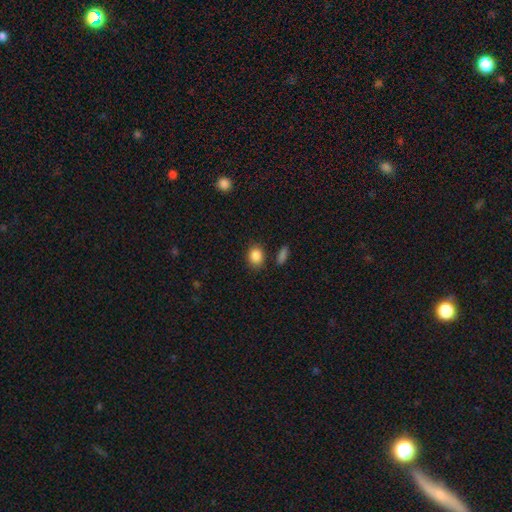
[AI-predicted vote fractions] A smooth galaxy with no disk features (87%) that is in between round and cigar-shaped (51%).

Vote fractions:
- Smooth or featured? smooth: 87% / star or artifact: 9% / featured or disk: 4%
- How rounded? in between: 51% / round: 47% / cigar-shaped: 1%
- Merging? none: 81% / minor disturbance: 12% / merger: 5% / major disturbance: 3%